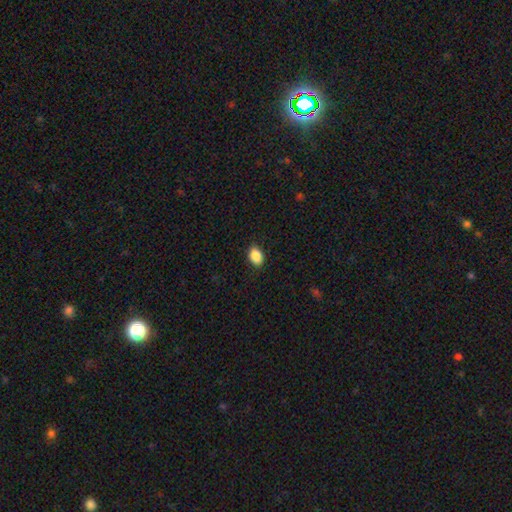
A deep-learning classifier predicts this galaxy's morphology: The model was most divided on "how rounded": in between: 80%, round: 19%, cigar-shaped: 1%. More confident: smooth or featured — smooth (88%); merging — none (86%).